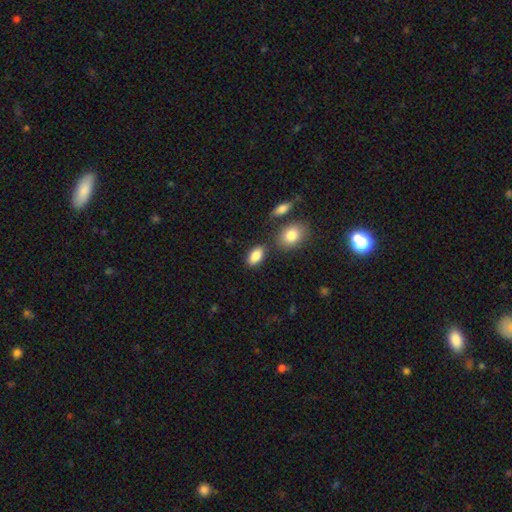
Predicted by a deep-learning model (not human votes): Q: Smooth or featured?
A: smooth (86%); runner-up: star or artifact (7%)
Q: How rounded?
A: in between (91%); runner-up: round (6%)
Q: Merging?
A: none (77%); runner-up: minor disturbance (12%)